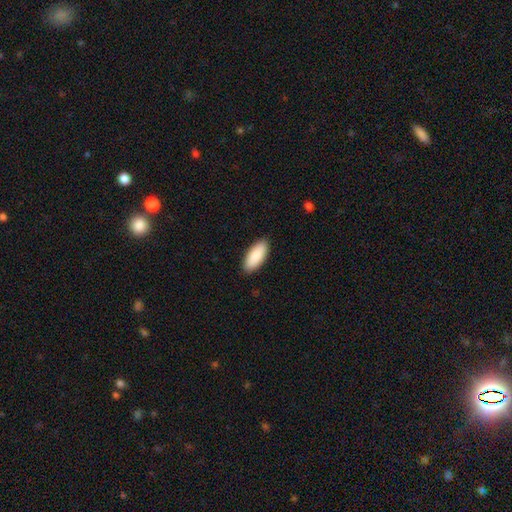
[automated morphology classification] smooth-or-featured: smooth: 90% | star or artifact: 5% | featured or disk: 5%
  how-rounded: in between: 85% | cigar-shaped: 14% | round: 1%
  merging: none: 90% | minor disturbance: 8% | major disturbance: 2% | merger: 1%